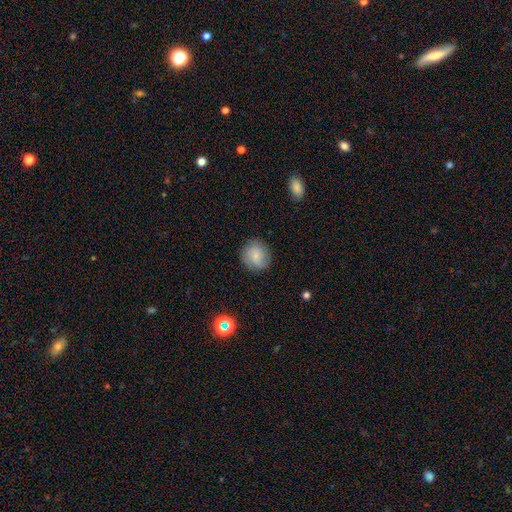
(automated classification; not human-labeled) A smooth galaxy with no disk features (72%) that is round (85%). Merging: none (84%).